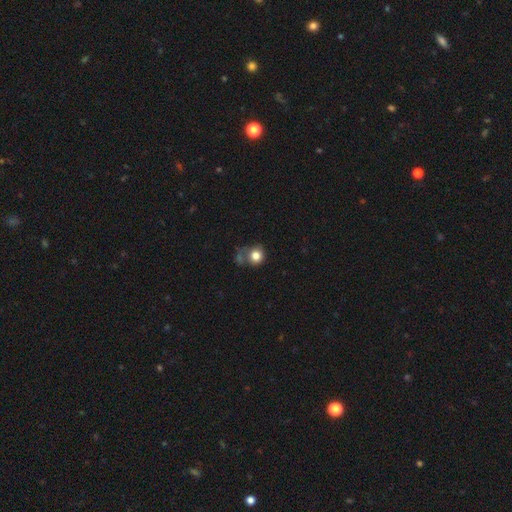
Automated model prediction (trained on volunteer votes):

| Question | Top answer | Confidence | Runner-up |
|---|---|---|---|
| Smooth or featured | smooth | 80% | star or artifact (10%) |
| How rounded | round | 82% | in between (17%) |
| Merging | none | 48% | merger (20%) |